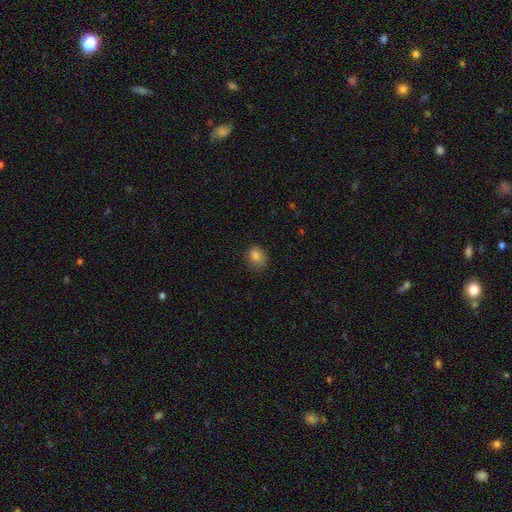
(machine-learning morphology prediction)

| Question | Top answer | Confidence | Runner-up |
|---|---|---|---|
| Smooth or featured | smooth | 82% | star or artifact (11%) |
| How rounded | round | 58% | in between (41%) |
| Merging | none | 64% | minor disturbance (26%) |